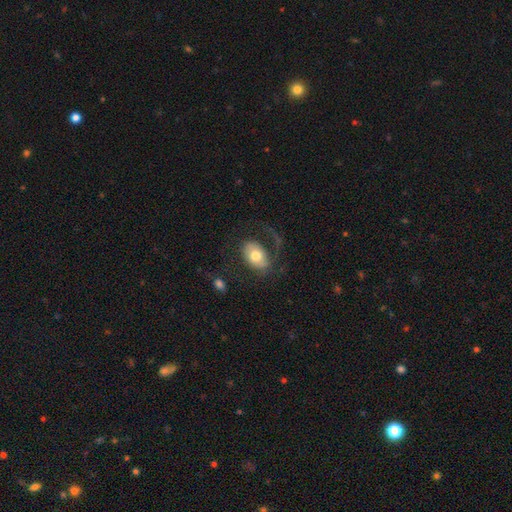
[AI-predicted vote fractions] smooth-or-featured: smooth: 56% | featured or disk: 37% | star or artifact: 7%
  how-rounded: in between: 81% | round: 17% | cigar-shaped: 1%
  merging: none: 51% | major disturbance: 29% | minor disturbance: 17% | merger: 3%